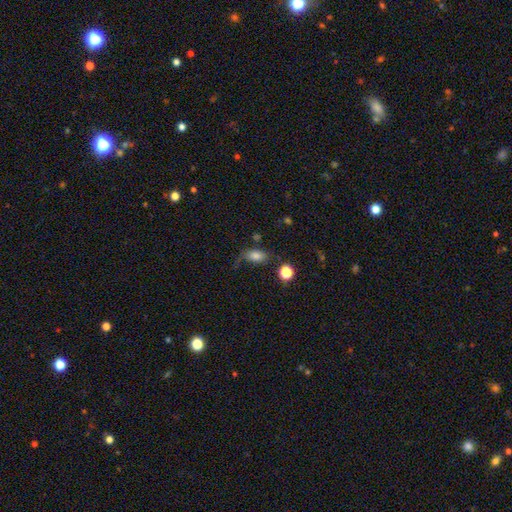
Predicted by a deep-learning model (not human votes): Morphology: type=smooth (78%); roundness=in between (85%); merging=none (51%).